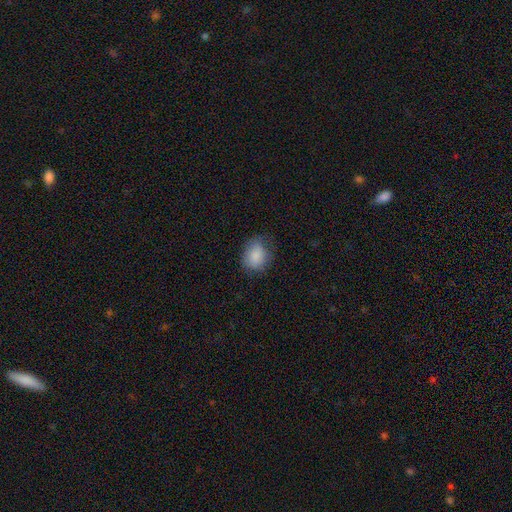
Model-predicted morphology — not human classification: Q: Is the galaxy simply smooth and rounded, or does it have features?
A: smooth — 86%.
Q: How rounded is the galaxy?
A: in between — 52%.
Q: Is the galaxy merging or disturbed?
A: none — 67%.